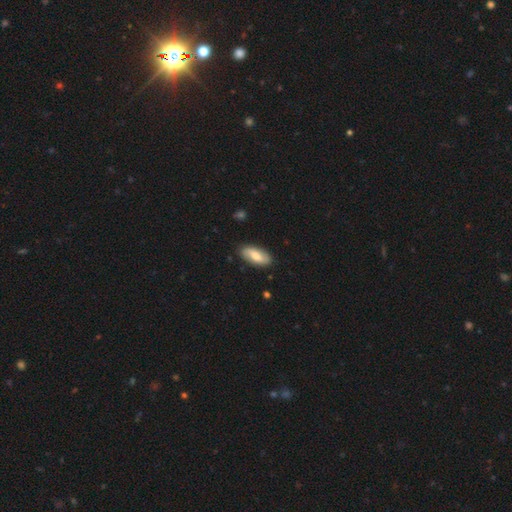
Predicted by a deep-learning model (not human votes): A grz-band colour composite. It shows a smooth galaxy with no disk features (64%) that is in between round and cigar-shaped (87%). Merging: none (87%).